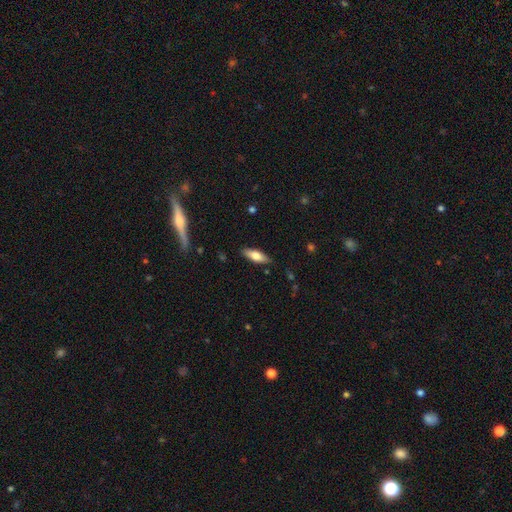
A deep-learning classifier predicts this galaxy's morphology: Q: Smooth or featured?
A: smooth (69%); runner-up: featured or disk (24%)
Q: How rounded?
A: in between (59%); runner-up: cigar-shaped (39%)
Q: Merging?
A: none (85%); runner-up: minor disturbance (11%)